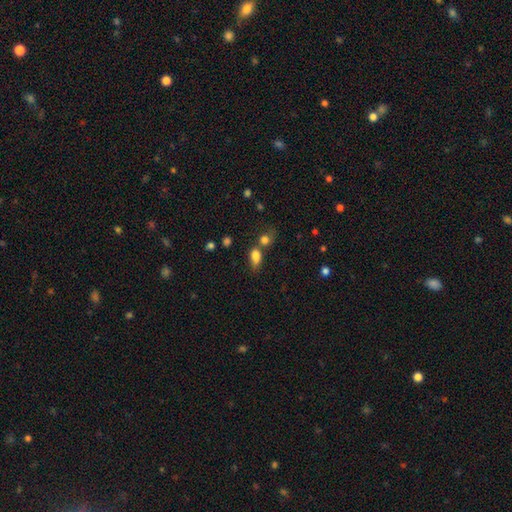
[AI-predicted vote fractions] This is clearly a smooth galaxy (81%). How rounded: likely in between (77%). Merging: marginally merger (36%).